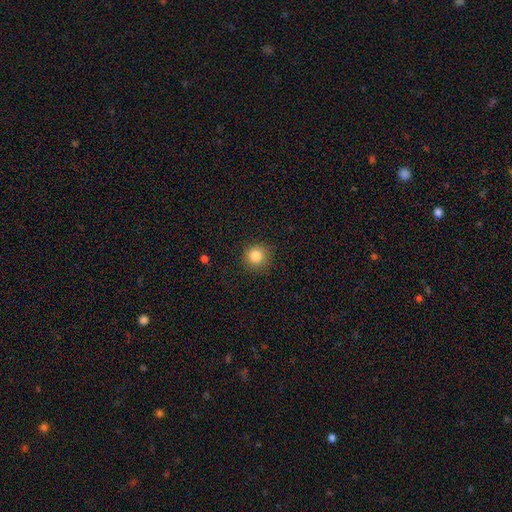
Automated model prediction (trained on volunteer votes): Q: Smooth or featured?
A: smooth (84%); runner-up: star or artifact (11%)
Q: How rounded?
A: round (93%); runner-up: in between (6%)
Q: Merging?
A: none (88%); runner-up: minor disturbance (8%)